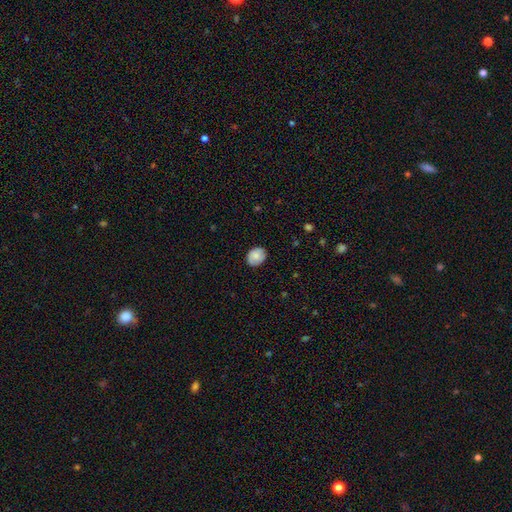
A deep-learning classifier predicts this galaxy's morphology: A smooth galaxy with no disk features (81%) that is in between round and cigar-shaped (51%).

Vote fractions:
- Smooth or featured? smooth: 81% / featured or disk: 12% / star or artifact: 7%
- How rounded? in between: 51% / round: 48% / cigar-shaped: 1%
- Merging? none: 82% / minor disturbance: 15% / major disturbance: 3% / merger: 1%